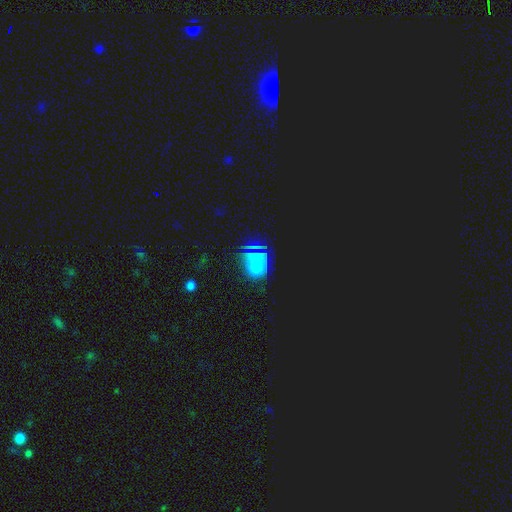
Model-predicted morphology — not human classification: A star or artifact, not a galaxy (65%).

Vote fractions:
- Smooth or featured? star or artifact: 65% / smooth: 25% / featured or disk: 10%